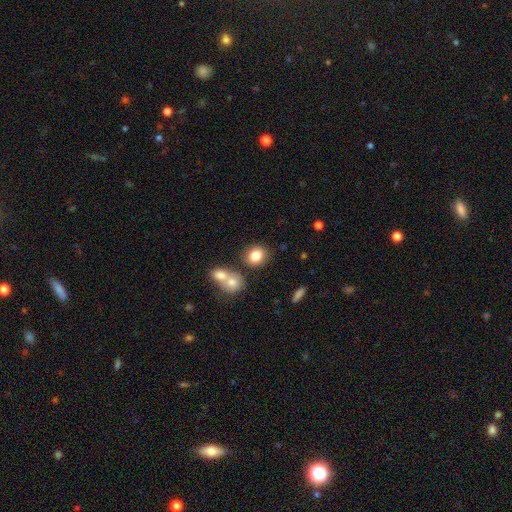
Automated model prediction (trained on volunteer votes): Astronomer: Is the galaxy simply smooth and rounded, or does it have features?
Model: smooth — 81%.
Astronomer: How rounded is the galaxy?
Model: round — 67%.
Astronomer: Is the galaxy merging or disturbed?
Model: none — 73%.